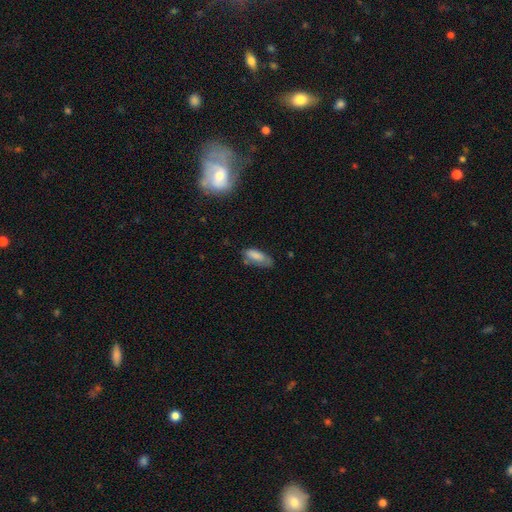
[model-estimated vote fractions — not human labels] Smooth or featured? Predicted: smooth (p=0.80). How rounded? Predicted: in between (p=0.79). Merging? Predicted: none (p=0.52).